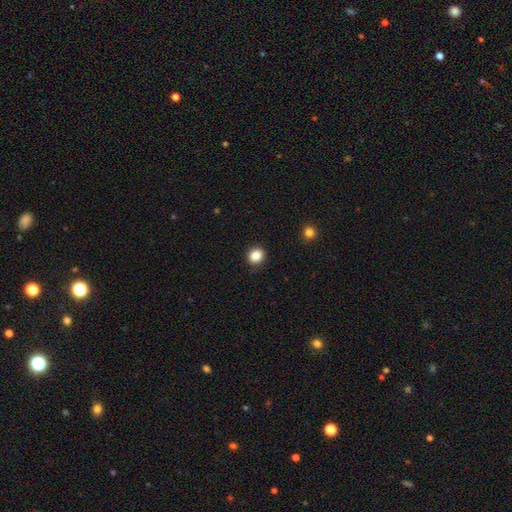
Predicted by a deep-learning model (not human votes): Smooth or featured? smooth (85%)
How rounded? round (79%)
Merging? none (91%)